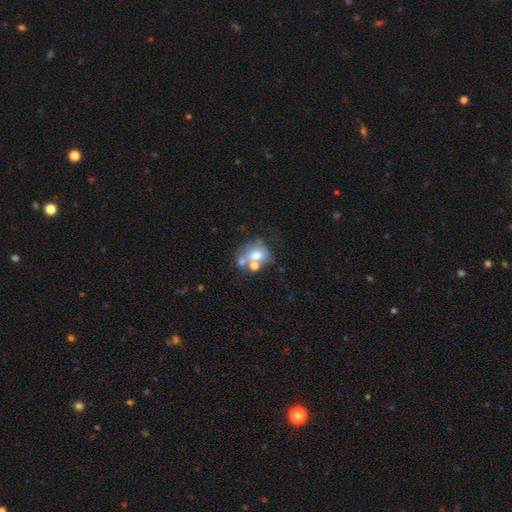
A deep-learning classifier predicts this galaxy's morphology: The model was most divided on "merging": merger: 43%, none: 34%, minor disturbance: 14%, major disturbance: 9%. More confident: how rounded — round (64%); smooth or featured — smooth (58%).